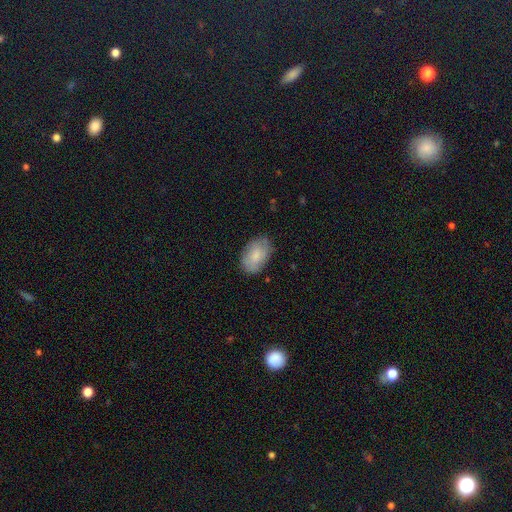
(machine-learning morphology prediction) Smooth or featured? Predicted: smooth (p=0.76). How rounded? Predicted: in between (p=0.91). Merging? Predicted: none (p=0.76).